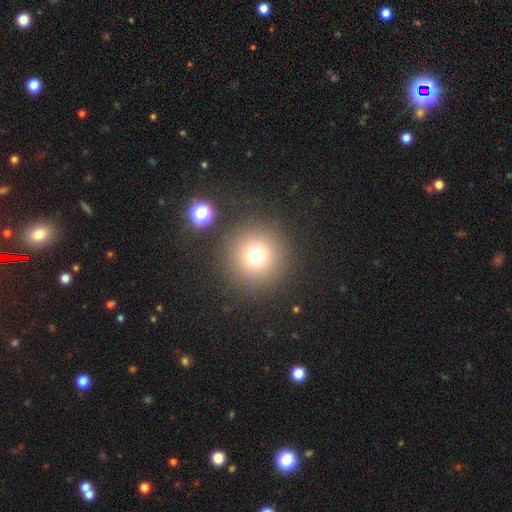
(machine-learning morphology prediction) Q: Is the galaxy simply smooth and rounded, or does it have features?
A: smooth — 72%.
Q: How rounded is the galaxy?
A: round — 96%.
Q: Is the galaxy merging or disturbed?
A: none — 87%.